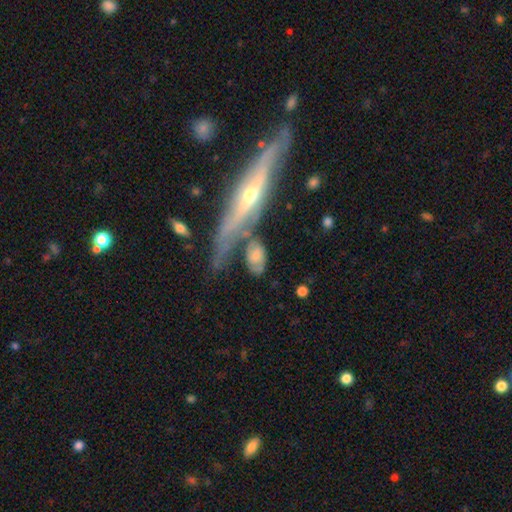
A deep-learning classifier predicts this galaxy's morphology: A smooth galaxy with no disk features (53%) that is in between round and cigar-shaped (83%). Merging: none (39%).